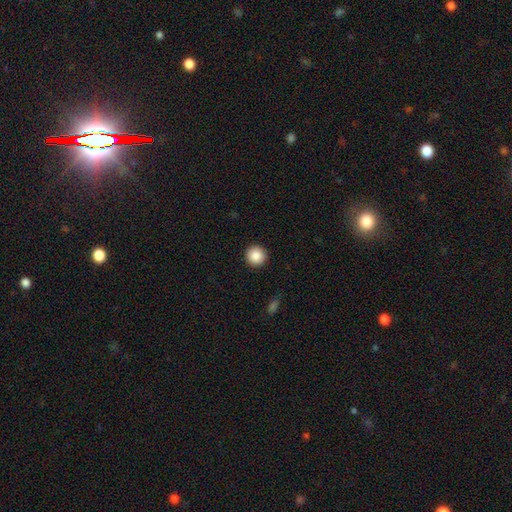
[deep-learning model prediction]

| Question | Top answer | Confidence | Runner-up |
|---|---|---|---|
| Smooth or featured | smooth | 87% | star or artifact (9%) |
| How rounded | round | 95% | in between (4%) |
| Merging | none | 92% | minor disturbance (5%) |